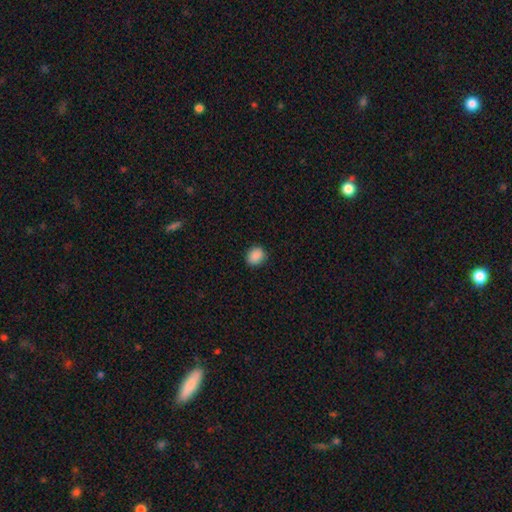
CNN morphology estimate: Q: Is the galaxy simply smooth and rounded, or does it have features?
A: smooth — 89%.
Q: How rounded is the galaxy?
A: round — 56%.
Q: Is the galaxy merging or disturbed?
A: none — 87%.